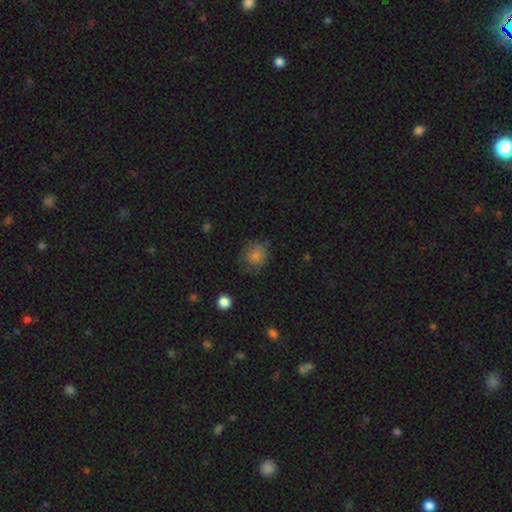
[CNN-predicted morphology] A smooth galaxy with no disk features (79%) that is round (78%).

Vote fractions:
- Smooth or featured? smooth: 79% / star or artifact: 12% / featured or disk: 9%
- How rounded? round: 78% / in between: 21% / cigar-shaped: 1%
- Merging? none: 73% / minor disturbance: 19% / major disturbance: 6% / merger: 1%